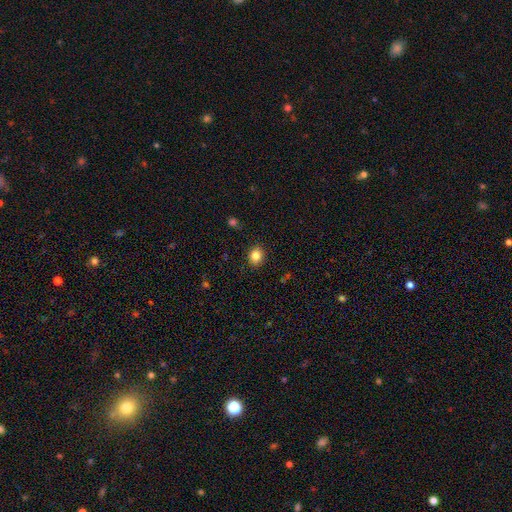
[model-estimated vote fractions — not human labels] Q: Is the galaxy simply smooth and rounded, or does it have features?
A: smooth — 84%.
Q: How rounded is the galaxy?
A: round — 63%.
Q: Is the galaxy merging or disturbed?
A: none — 89%.